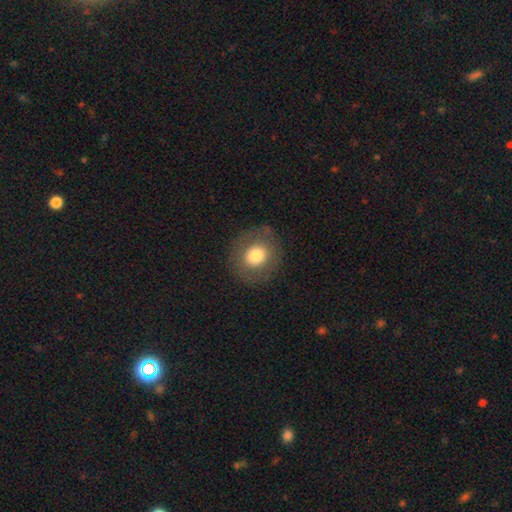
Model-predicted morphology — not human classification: Smooth or featured? smooth (71%)
How rounded? round (84%)
Merging? none (85%)